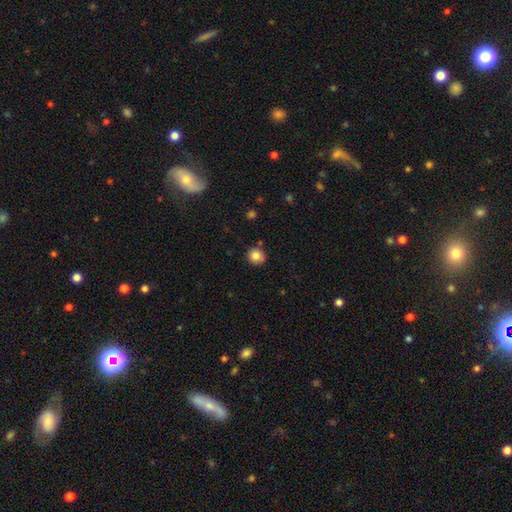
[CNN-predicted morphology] Q: Smooth or featured?
A: smooth (84%); runner-up: star or artifact (10%)
Q: How rounded?
A: round (87%); runner-up: in between (12%)
Q: Merging?
A: none (85%); runner-up: minor disturbance (9%)